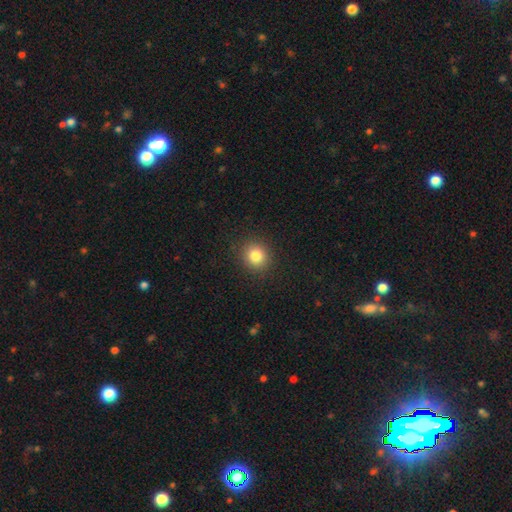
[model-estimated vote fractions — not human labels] A smooth galaxy with no disk features (83%) that is round (86%).

Vote fractions:
- Smooth or featured? smooth: 83% / star or artifact: 11% / featured or disk: 6%
- How rounded? round: 86% / in between: 13% / cigar-shaped: 1%
- Merging? none: 90% / minor disturbance: 6% / major disturbance: 2% / merger: 1%